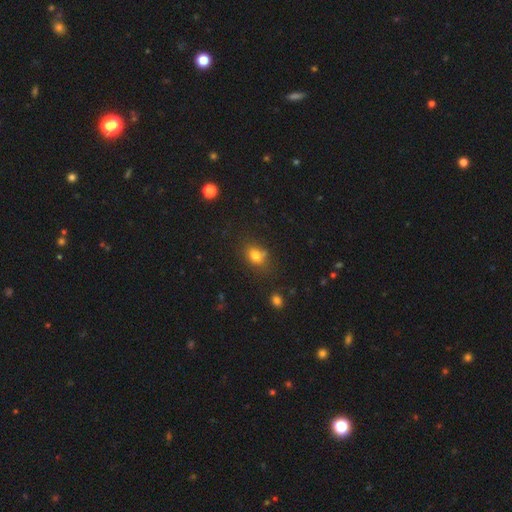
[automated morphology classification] type=smooth (78%); roundness=in between (57%); merging=none (67%).